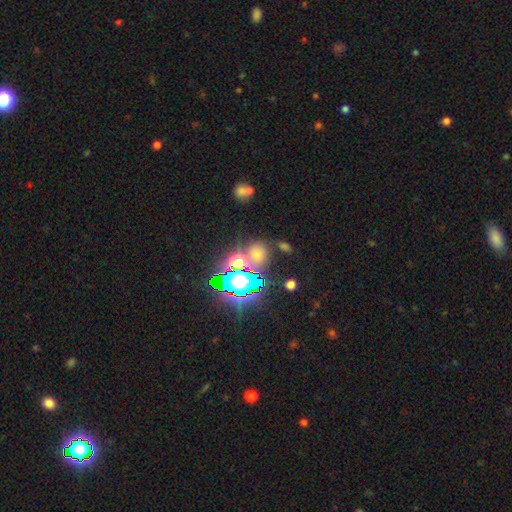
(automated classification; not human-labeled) Smooth or featured? Predicted: star or artifact (p=0.59).